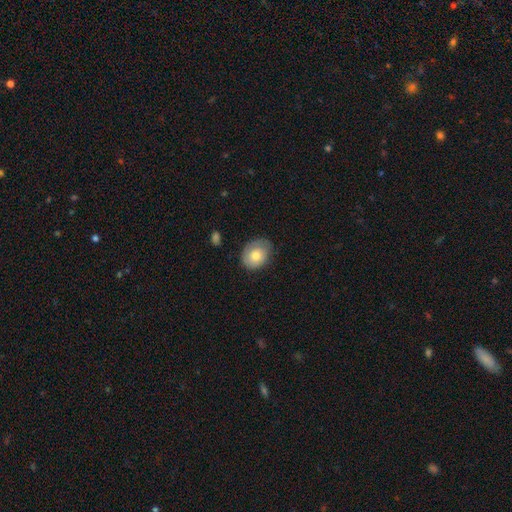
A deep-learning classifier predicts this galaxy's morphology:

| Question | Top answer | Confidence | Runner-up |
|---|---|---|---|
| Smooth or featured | smooth | 72% | featured or disk (20%) |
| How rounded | in between | 51% | round (48%) |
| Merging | none | 68% | minor disturbance (25%) |